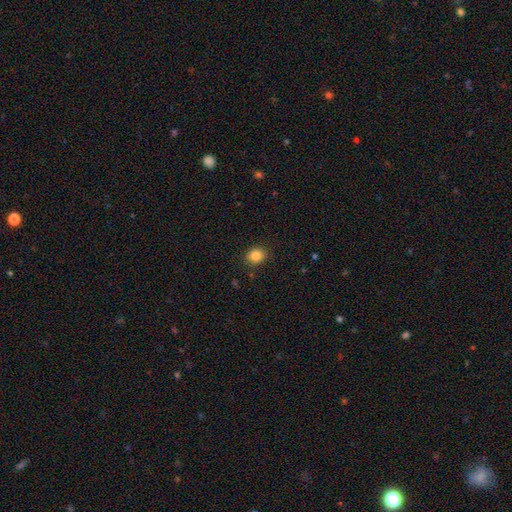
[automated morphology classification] A smooth galaxy with no disk features (84%) that is round (67%). Merging: none (88%).